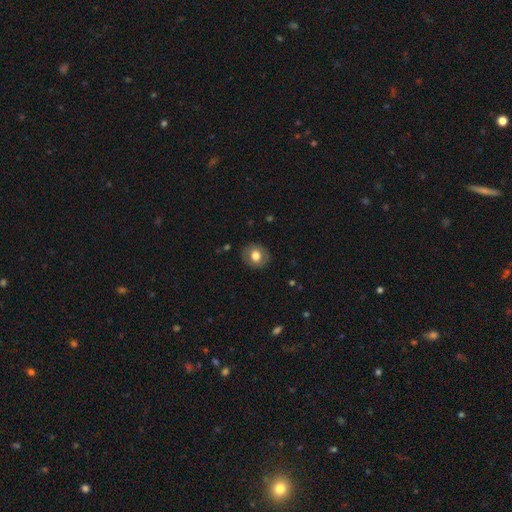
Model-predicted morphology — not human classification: Overall: smooth (71%). How rounded: round (74%). Merging: none (87%).